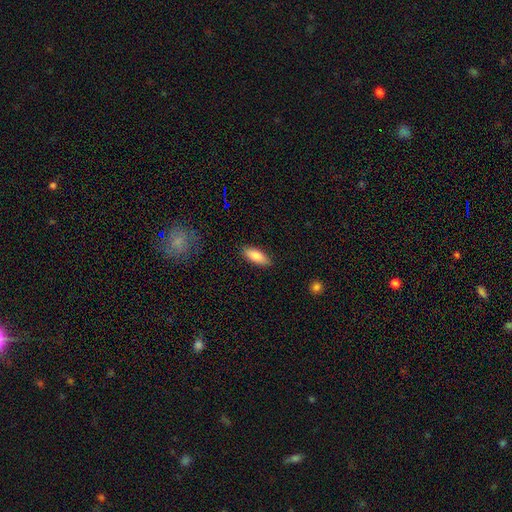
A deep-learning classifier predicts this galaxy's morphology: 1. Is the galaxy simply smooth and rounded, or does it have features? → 83% smooth, 10% featured or disk, 6% star or artifact.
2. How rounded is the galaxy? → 74% in between, 24% cigar-shaped, 2% round.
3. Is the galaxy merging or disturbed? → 87% none, 10% minor disturbance, 2% major disturbance, 1% merger.